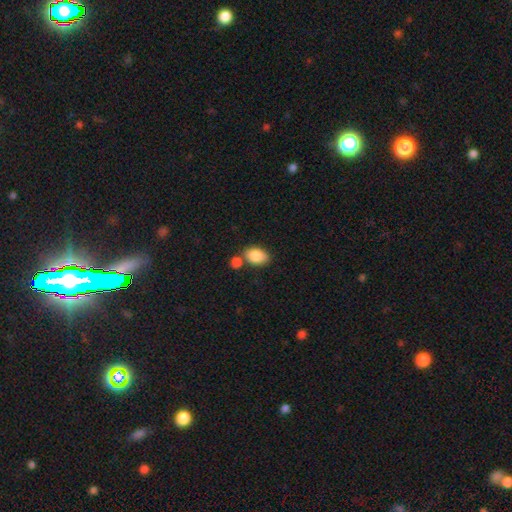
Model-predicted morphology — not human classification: Smooth or featured? smooth (86%)
How rounded? in between (86%)
Merging? none (59%)